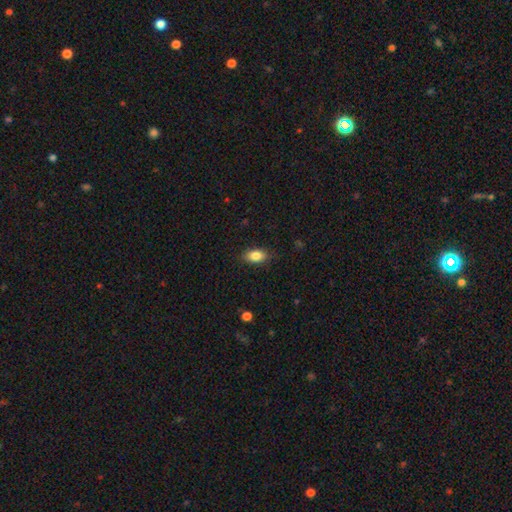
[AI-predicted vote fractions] Smooth or featured: smooth — 85% (star or artifact — 8%)
How rounded: in between — 89% (round — 7%)
Merging: none — 85% (minor disturbance — 12%)